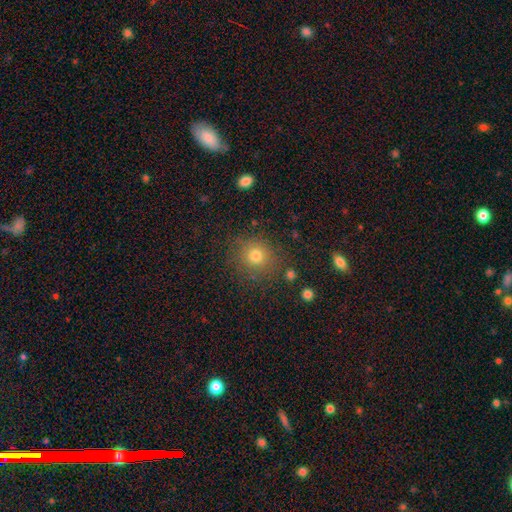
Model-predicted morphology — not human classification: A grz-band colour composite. It shows a smooth galaxy with no disk features (77%) that is round (88%). Merging: none (84%).